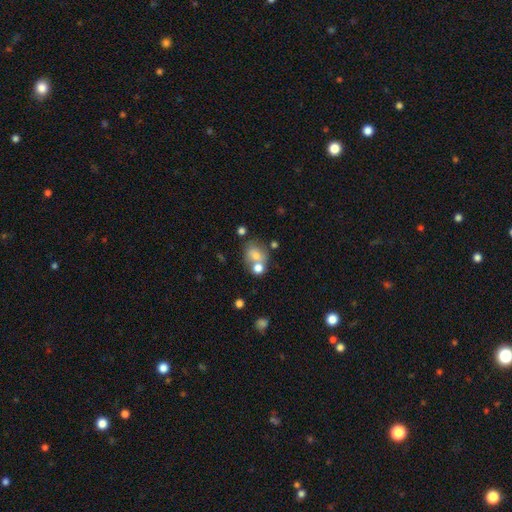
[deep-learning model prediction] This is likely a smooth galaxy (69%). How rounded: possibly round (55%). Merging: marginally none (43%).